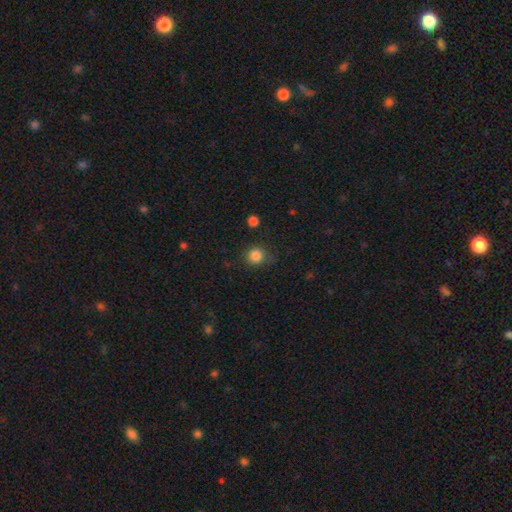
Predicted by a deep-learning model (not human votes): A smooth galaxy with no disk features (84%) that is round (87%). Merging: none (80%).